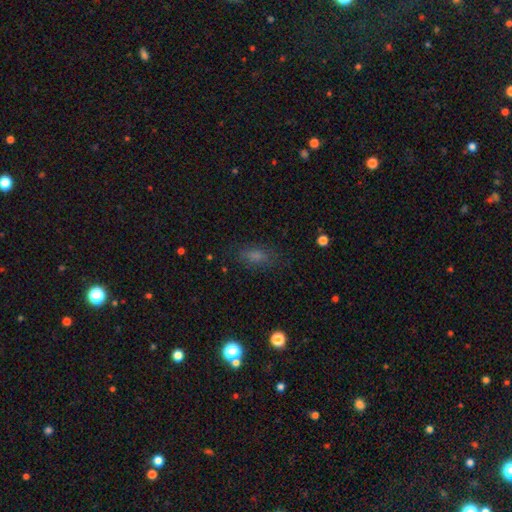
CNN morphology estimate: Overall: smooth (57%; star or artifact 27%). How rounded: in between (75%). Merging: none (80%).